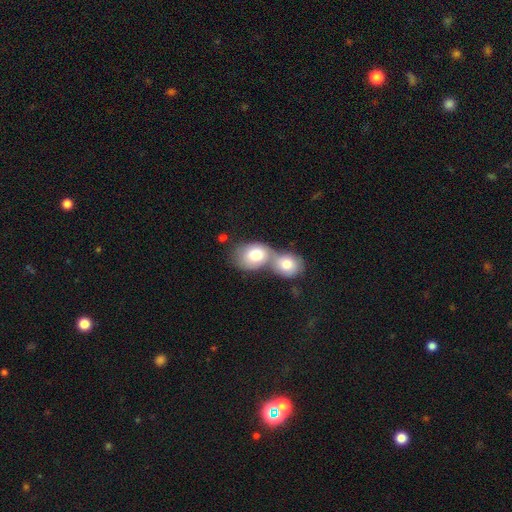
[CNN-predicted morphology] Overall: smooth (79%). How rounded: in between (64%; round 35%). Merging: merger (70%).